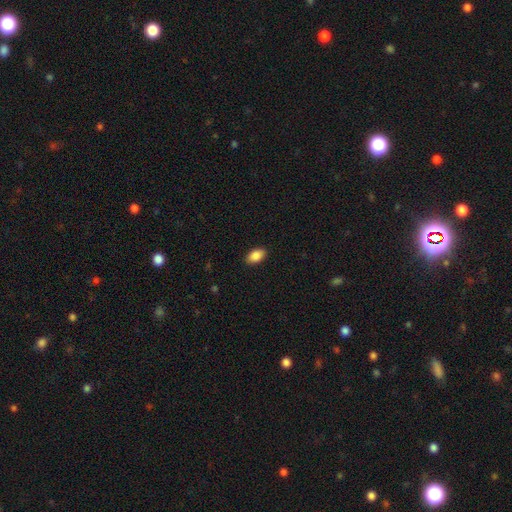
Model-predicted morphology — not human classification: Smooth or featured? Predicted: smooth (p=0.88). How rounded? Predicted: in between (p=0.92). Merging? Predicted: none (p=0.89).